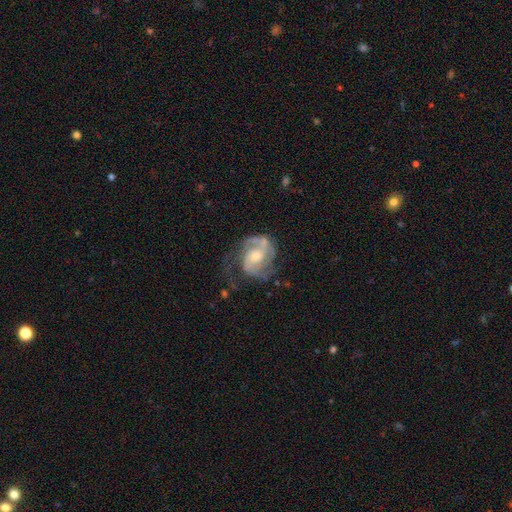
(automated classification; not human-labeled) smooth-or-featured: featured or disk: 87% | smooth: 8% | star or artifact: 5%
  disk-edge-on: no: 98% | yes: 2%
    bar: no: 60% | weak: 33% | strong: 7%
    has-spiral-arms: yes: 96% | no: 4%
      spiral-winding: medium: 45% | tight: 42% | loose: 13%
      spiral-arm-count: 2: 70% | can't tell: 10% | 3: 10% | 1: 6% | 4: 2% | more than 4: 2%
    bulge-size: moderate: 51% | small: 39% | large: 6% | none: 3% | dominant: 1%
  merging: none: 55% | minor disturbance: 22% | major disturbance: 20% | merger: 3%